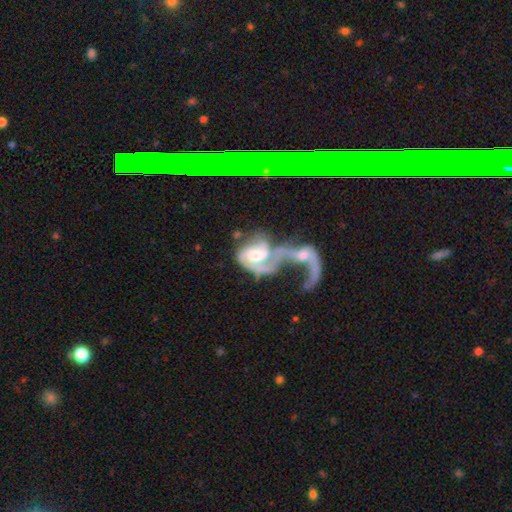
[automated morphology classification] A featured or disk galaxy (76%) with no bar (52%), 2 (41%) loose (45%) spiral arms (83%) and a moderate central bulge (55%). Merging: merger (69%).